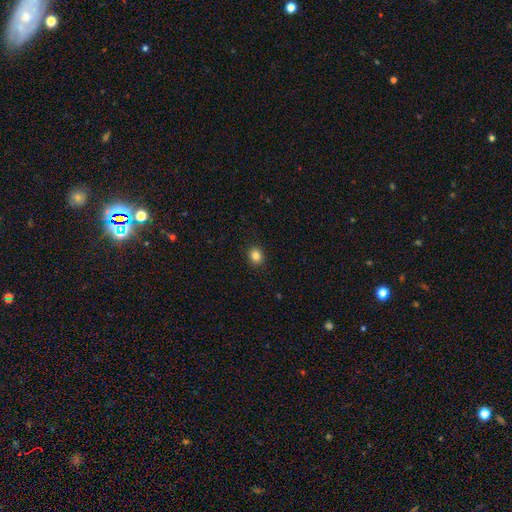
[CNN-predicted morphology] Smooth or featured: smooth — 84% (star or artifact — 11%)
How rounded: round — 68% (in between — 32%)
Merging: none — 91% (minor disturbance — 6%)